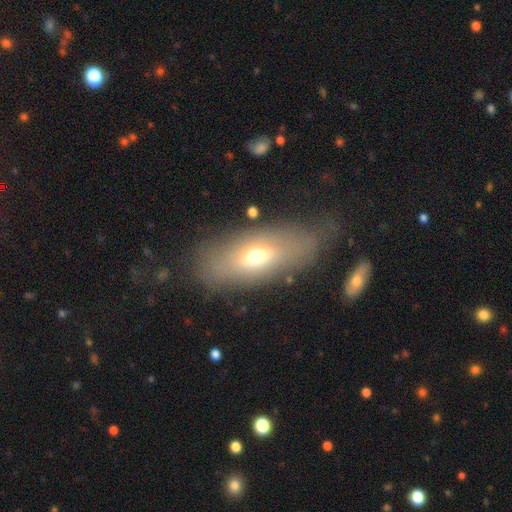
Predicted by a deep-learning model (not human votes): The model was most divided on "smooth or featured": smooth: 58%, featured or disk: 33%, star or artifact: 10%. More confident: how rounded — in between (80%); merging — none (63%).